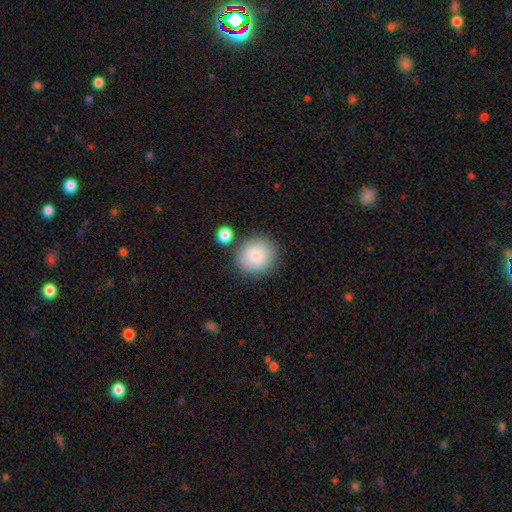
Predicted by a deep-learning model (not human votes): A smooth galaxy with no disk features (85%) that is round (87%). Merging: none (77%).